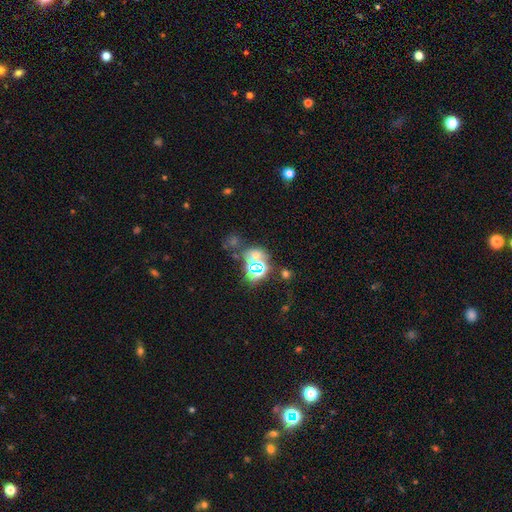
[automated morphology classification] The model was most divided on "smooth or featured": star or artifact: 53%, smooth: 35%, featured or disk: 12%.